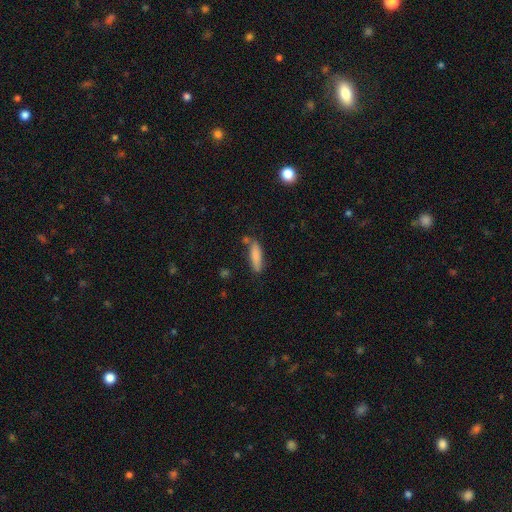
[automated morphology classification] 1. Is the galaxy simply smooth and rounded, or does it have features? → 83% smooth, 11% featured or disk, 7% star or artifact.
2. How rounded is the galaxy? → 68% cigar-shaped, 30% in between, 2% round.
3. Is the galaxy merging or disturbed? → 72% none, 17% minor disturbance, 7% merger, 4% major disturbance.